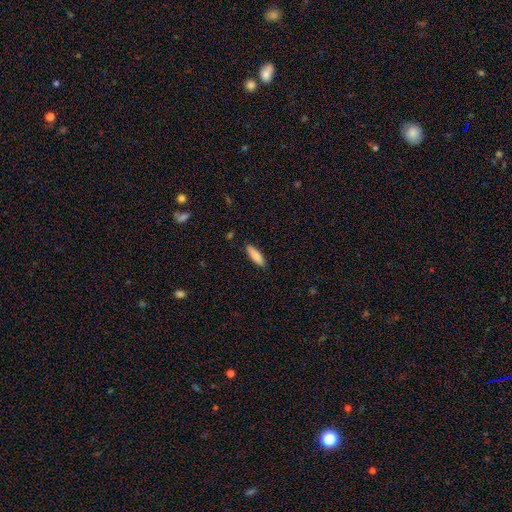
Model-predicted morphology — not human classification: A smooth galaxy with no disk features (84%) that is cigar-shaped (57%). Merging: none (88%).